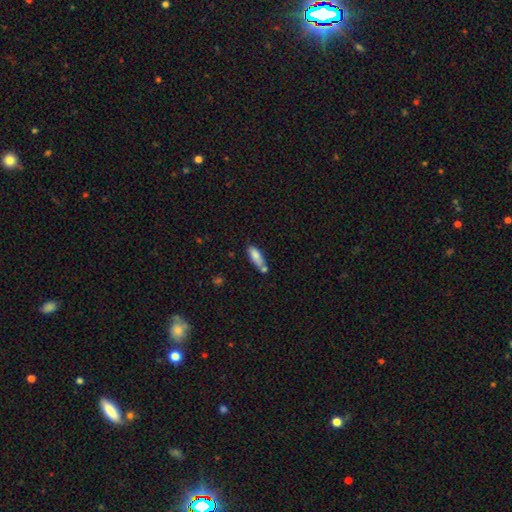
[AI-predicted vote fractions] A smooth galaxy with no disk features (79%) that is in between round and cigar-shaped (60%). Merging: none (46%).